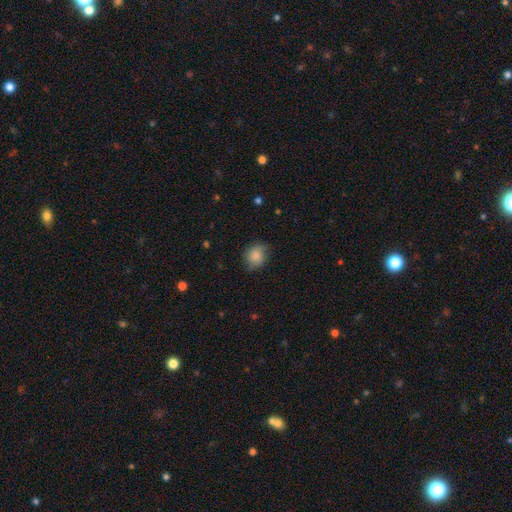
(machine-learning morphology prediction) Smooth or featured? Predicted: smooth (p=0.83). How rounded? Predicted: round (p=0.69). Merging? Predicted: none (p=0.70).